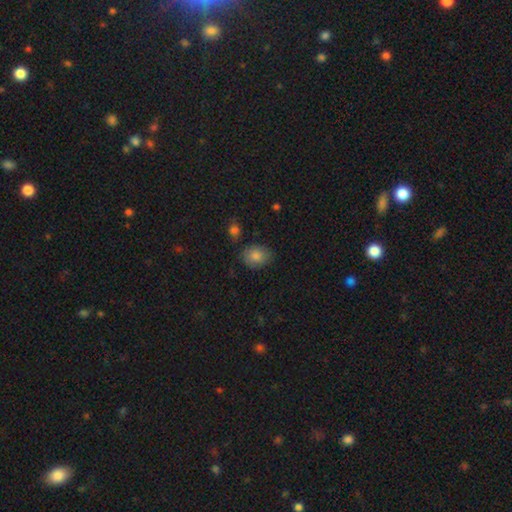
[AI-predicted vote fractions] smooth_or_featured: smooth (p=0.83) [alt: star or artifact p=0.09]
how_rounded: in between (p=0.52) [alt: round p=0.47]
merging: none (p=0.77) [alt: minor disturbance p=0.16]